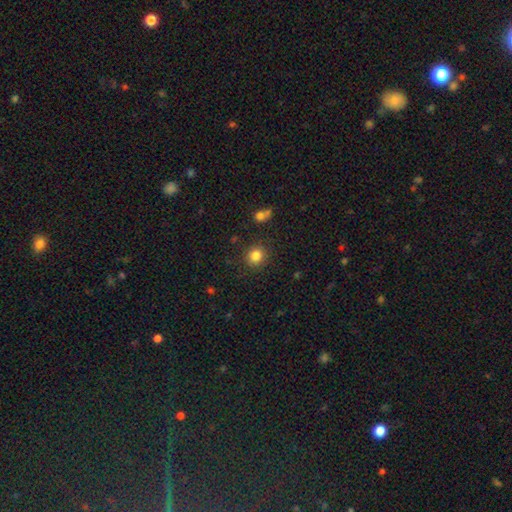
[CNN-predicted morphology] smooth-or-featured: smooth: 84% | star or artifact: 11% | featured or disk: 5%
  how-rounded: round: 84% | in between: 15% | cigar-shaped: 1%
  merging: none: 87% | minor disturbance: 8% | major disturbance: 3% | merger: 2%